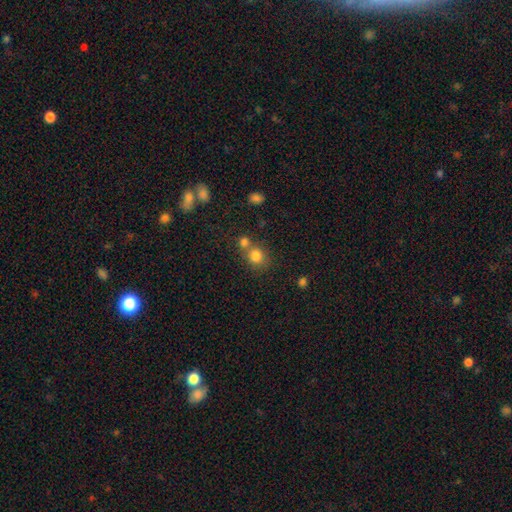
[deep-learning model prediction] Smooth or featured? smooth (80%)
How rounded? round (83%)
Merging? none (53%)